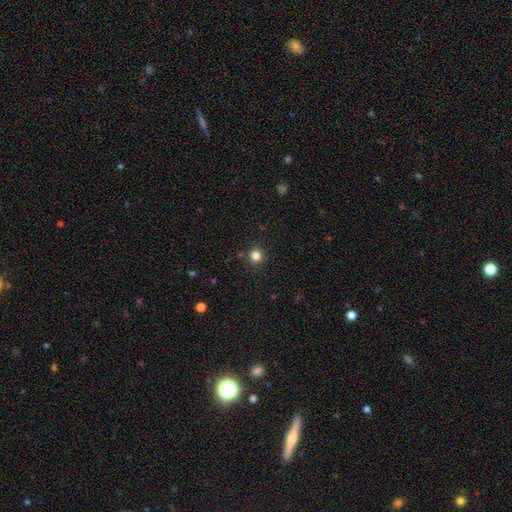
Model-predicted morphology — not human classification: Smooth or featured? smooth (81%)
How rounded? round (93%)
Merging? none (89%)